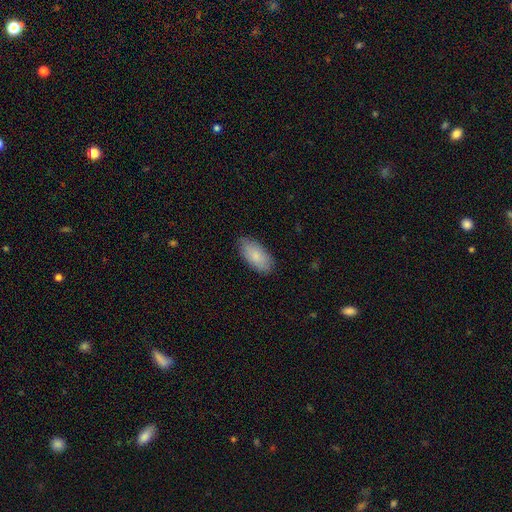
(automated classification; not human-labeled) smooth_or_featured: smooth (p=0.84) [alt: featured or disk p=0.10]
how_rounded: in between (p=0.93) [alt: cigar-shaped p=0.05]
merging: none (p=0.83) [alt: minor disturbance p=0.13]